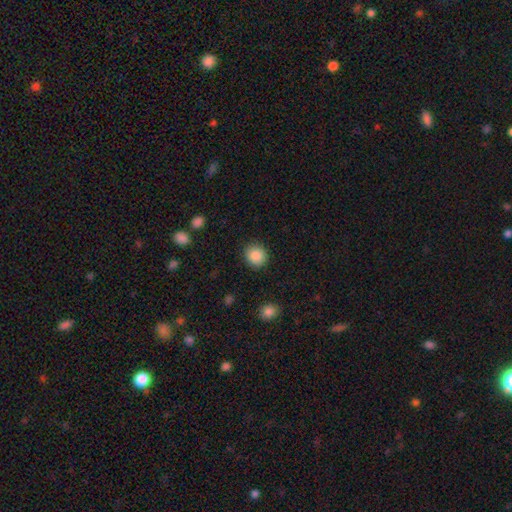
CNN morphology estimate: smooth 88%, star or artifact 9%, featured or disk 4%. Down the decision tree: how rounded — round (86%); merging — none (90%).